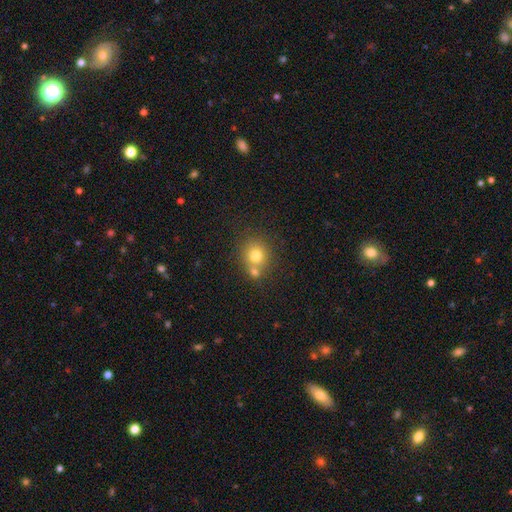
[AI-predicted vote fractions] Overall: smooth (75%). How rounded: round (83%). Merging: none (53%; merger 34%).